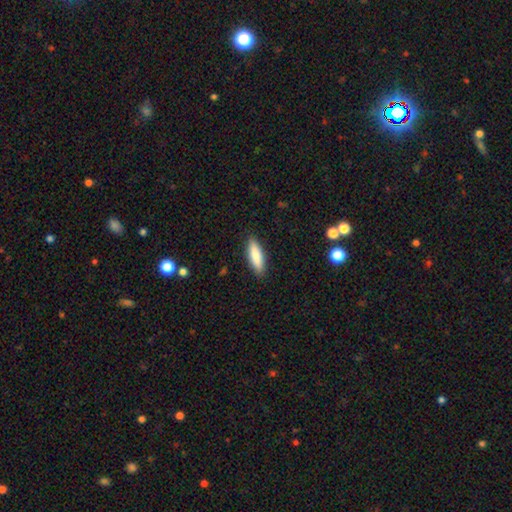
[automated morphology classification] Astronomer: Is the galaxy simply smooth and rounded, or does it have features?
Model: smooth — 86%.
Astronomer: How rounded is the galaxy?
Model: cigar-shaped — 52% (runner-up: in between, 46%).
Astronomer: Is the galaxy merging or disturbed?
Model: none — 88%.